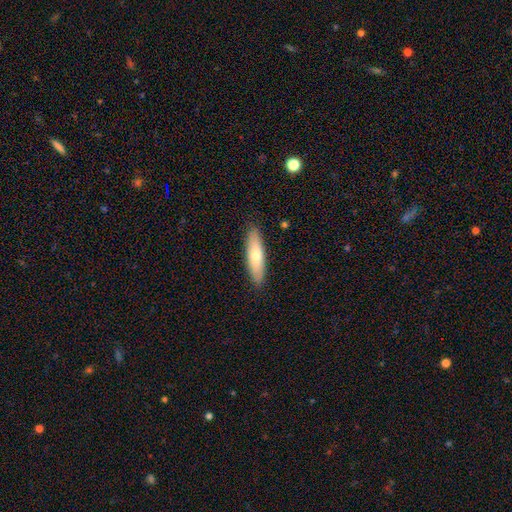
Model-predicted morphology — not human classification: A smooth galaxy with no disk features (69%) that is cigar-shaped (66%). Merging: none (89%).